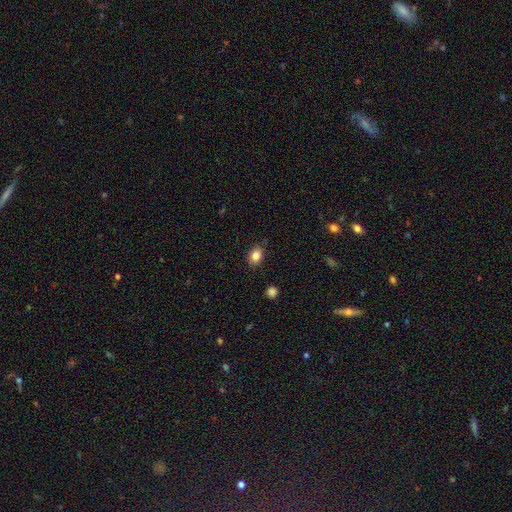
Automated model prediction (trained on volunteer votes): Morphology: type=smooth (84%); roundness=in between (71%); merging=none (84%).